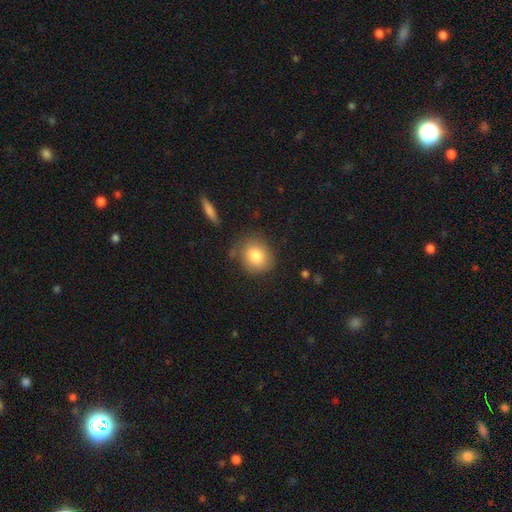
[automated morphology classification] The model was most divided on "how rounded": round: 76%, in between: 23%, cigar-shaped: 1%. More confident: smooth or featured — smooth (83%); merging — none (78%).